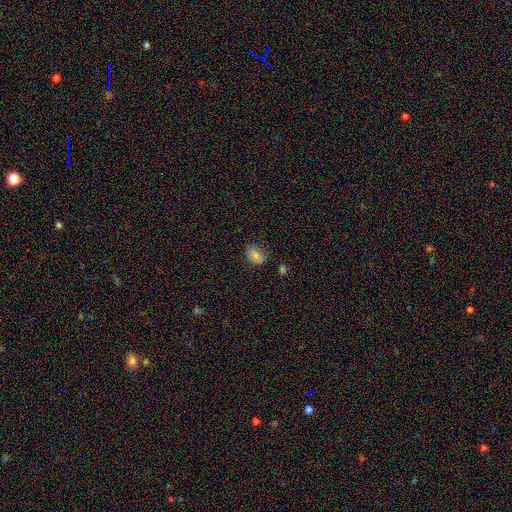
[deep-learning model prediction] smooth_or_featured: smooth (p=0.78) [alt: featured or disk p=0.11]
how_rounded: in between (p=0.72) [alt: round p=0.27]
merging: none (p=0.75) [alt: minor disturbance p=0.20]